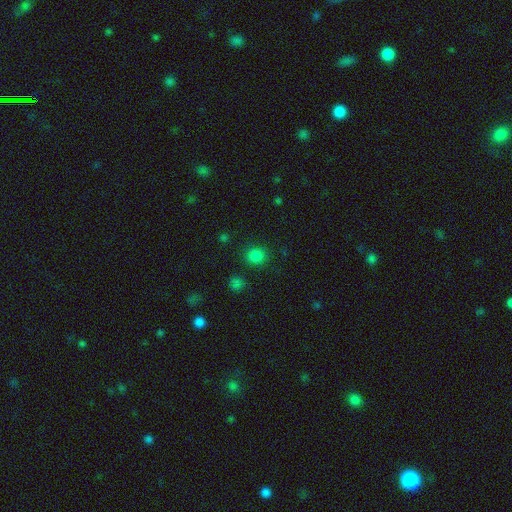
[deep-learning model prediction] Smooth or featured? smooth (82%)
How rounded? round (83%)
Merging? none (86%)